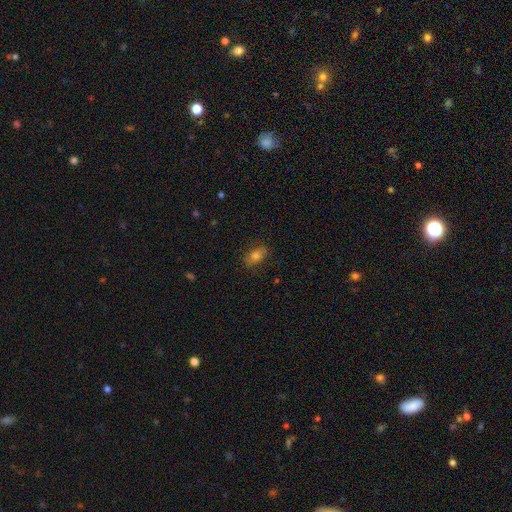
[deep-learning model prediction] Q: Smooth or featured?
A: smooth (68%); runner-up: featured or disk (18%)
Q: How rounded?
A: in between (83%); runner-up: round (13%)
Q: Merging?
A: none (80%); runner-up: minor disturbance (15%)